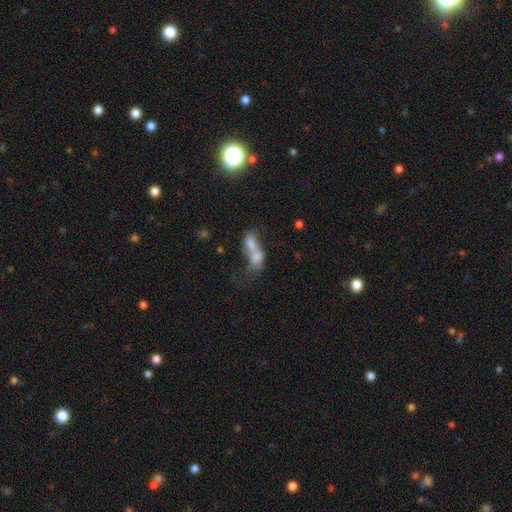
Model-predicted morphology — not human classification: The model was most divided on "smooth or featured": smooth: 58%, featured or disk: 28%, star or artifact: 14%. More confident: merging — merger (71%); how rounded — in between (68%).